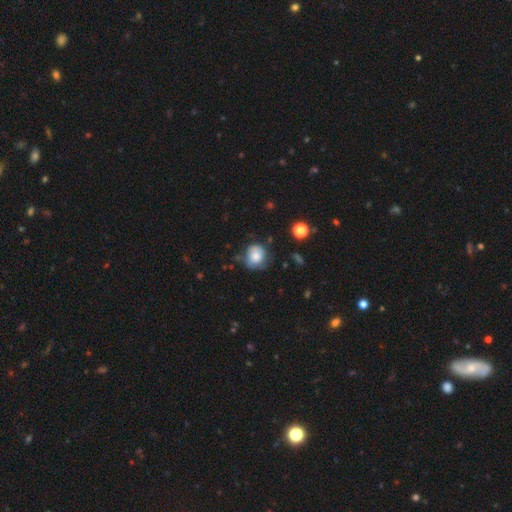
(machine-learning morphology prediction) A smooth galaxy with no disk features (74%) that is round (81%). Merging: none (58%).